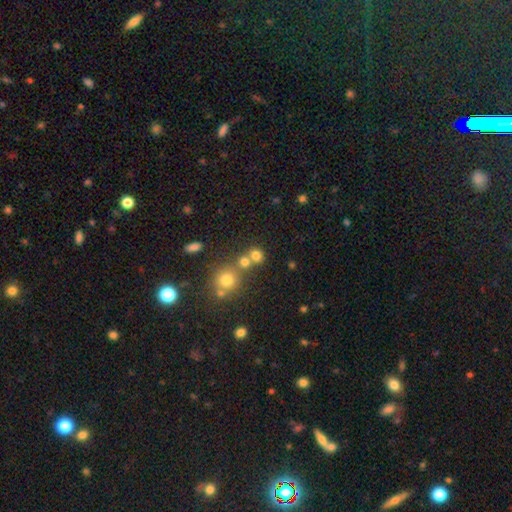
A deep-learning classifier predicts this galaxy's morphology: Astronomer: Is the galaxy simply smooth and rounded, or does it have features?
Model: smooth — 73%.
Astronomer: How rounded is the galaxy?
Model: round — 80%.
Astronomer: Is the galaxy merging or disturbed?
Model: none — 53% (runner-up: merger, 35%).